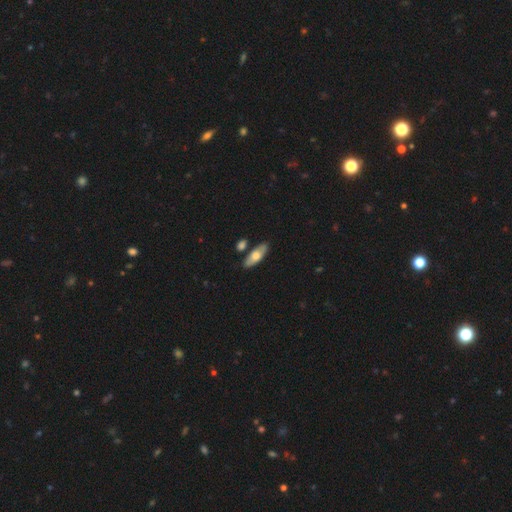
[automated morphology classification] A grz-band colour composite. It shows a smooth galaxy with no disk features (61%) that is in between round and cigar-shaped (71%). Merging: none (78%).